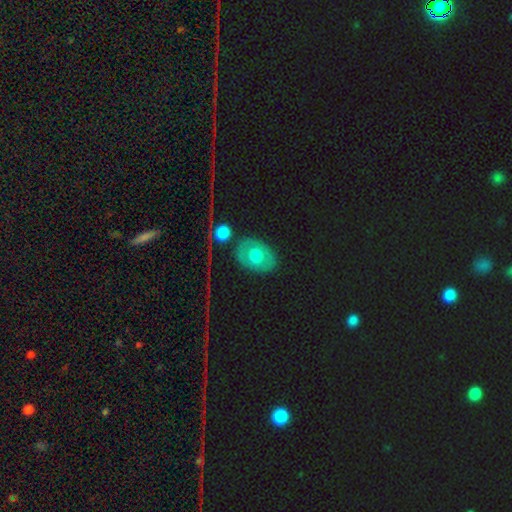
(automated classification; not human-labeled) A smooth galaxy with no disk features (53%) that is in between round and cigar-shaped (73%).

Vote fractions:
- Smooth or featured? smooth: 53% / featured or disk: 38% / star or artifact: 8%
- How rounded? in between: 73% / round: 26% / cigar-shaped: 1%
- Merging? none: 81% / minor disturbance: 12% / major disturbance: 4% / merger: 4%